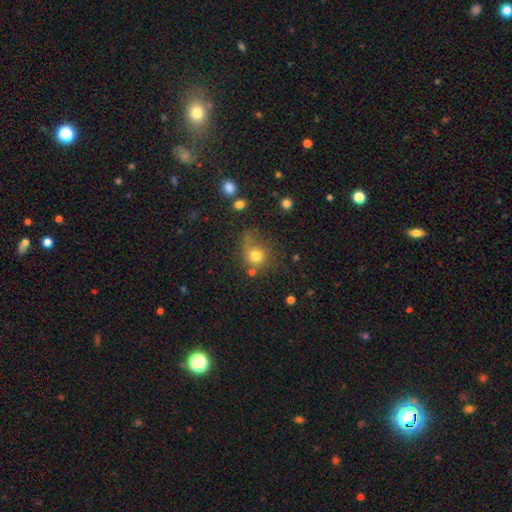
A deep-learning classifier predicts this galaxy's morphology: Smooth or featured? smooth (75%)
How rounded? round (81%)
Merging? none (52%)